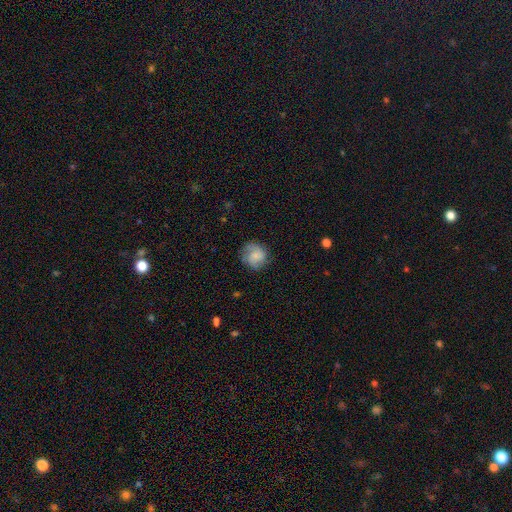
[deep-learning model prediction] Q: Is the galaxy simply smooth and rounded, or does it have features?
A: smooth — 60%.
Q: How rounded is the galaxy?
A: round — 83%.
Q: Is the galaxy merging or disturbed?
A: none — 69%.